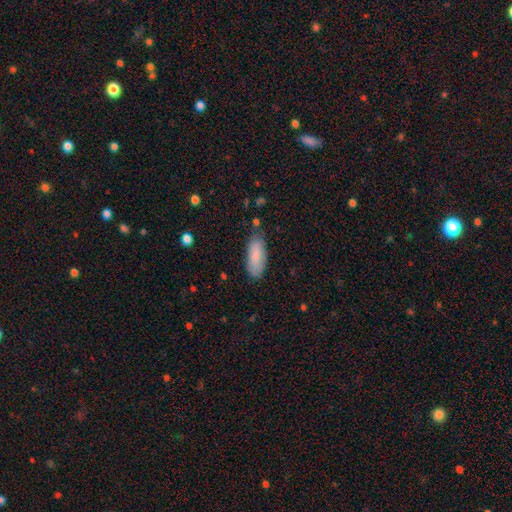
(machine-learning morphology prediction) Overall: smooth (85%). How rounded: in between (78%). Merging: none (76%).